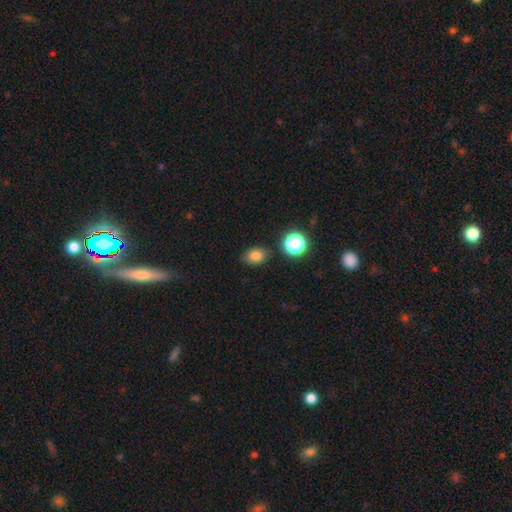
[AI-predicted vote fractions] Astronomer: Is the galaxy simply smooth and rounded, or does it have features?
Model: smooth — 80%.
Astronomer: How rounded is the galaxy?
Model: in between — 63%.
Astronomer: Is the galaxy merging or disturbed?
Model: none — 82%.